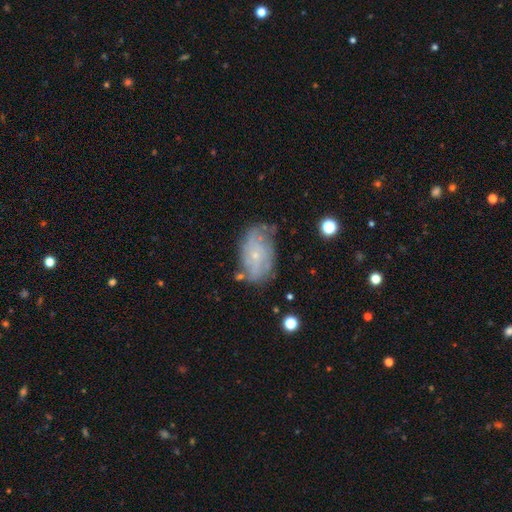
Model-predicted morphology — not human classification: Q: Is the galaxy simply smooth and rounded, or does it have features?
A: featured or disk — 68%.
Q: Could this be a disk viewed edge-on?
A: no — 96%.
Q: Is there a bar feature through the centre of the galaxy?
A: no — 81%.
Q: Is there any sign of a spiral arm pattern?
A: yes — 78%.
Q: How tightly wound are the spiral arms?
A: tight — 50%.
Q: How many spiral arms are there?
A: can't tell — 53%.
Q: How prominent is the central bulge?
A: small — 82%.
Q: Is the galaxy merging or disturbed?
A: none — 58%.